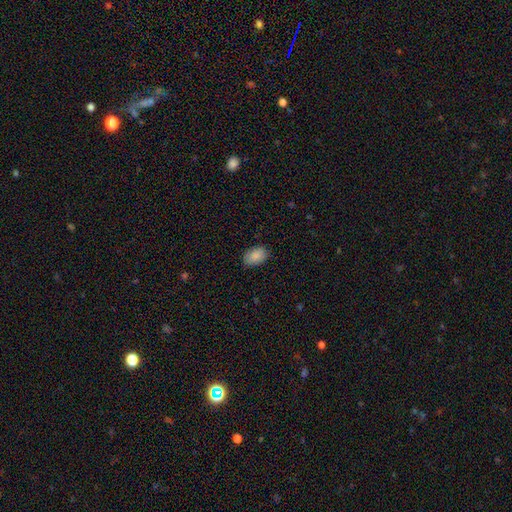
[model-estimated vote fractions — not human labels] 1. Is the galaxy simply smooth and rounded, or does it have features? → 87% smooth, 7% star or artifact, 5% featured or disk.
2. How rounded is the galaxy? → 88% in between, 11% round, 1% cigar-shaped.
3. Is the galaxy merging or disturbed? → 81% none, 16% minor disturbance, 3% major disturbance, 1% merger.